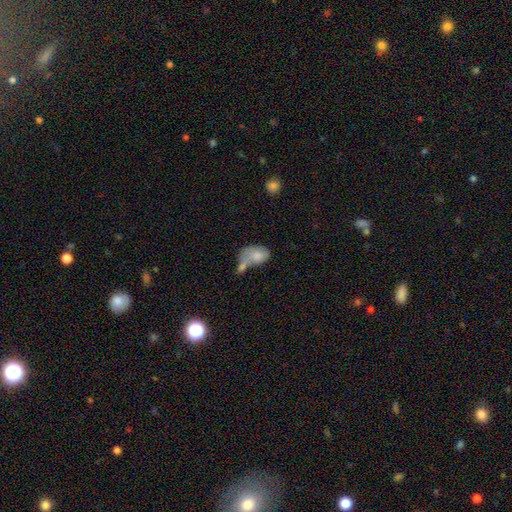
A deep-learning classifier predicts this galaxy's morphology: A smooth galaxy with no disk features (73%) that is in between round and cigar-shaped (85%). Merging: merger (47%).